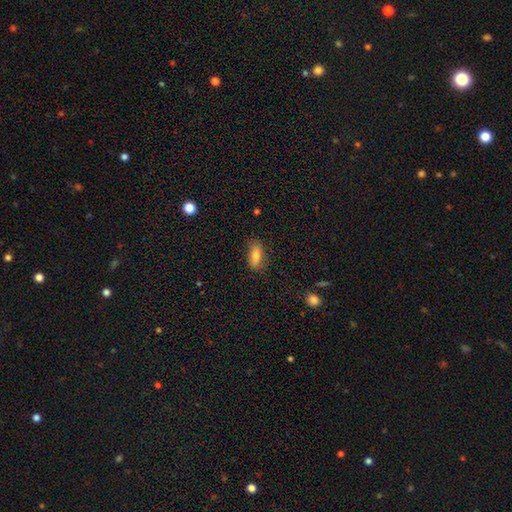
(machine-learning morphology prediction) A smooth galaxy with no disk features (78%) that is in between round and cigar-shaped (78%).

Vote fractions:
- Smooth or featured? smooth: 78% / featured or disk: 13% / star or artifact: 8%
- How rounded? in between: 78% / cigar-shaped: 19% / round: 3%
- Merging? none: 81% / minor disturbance: 14% / major disturbance: 3% / merger: 1%